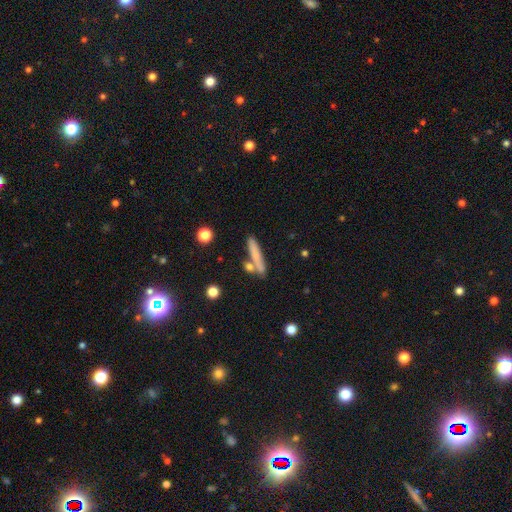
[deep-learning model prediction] A smooth galaxy with no disk features (70%) that is cigar-shaped (90%). Merging: none (71%).